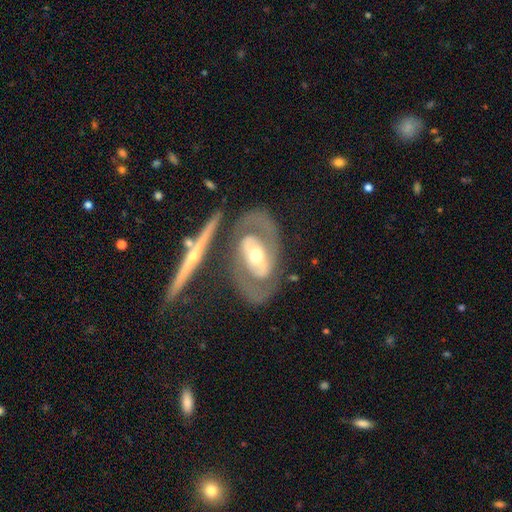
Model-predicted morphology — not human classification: Overall: featured or disk (81%). Edge-on disk: no (92%). Bar: no (45%; strong 30%). Spiral arms: yes (72%). Spiral arm count: 2 (80%). Spiral winding: tight (44%; medium 41%). Bulge size: moderate (67%). Merging: none (68%).